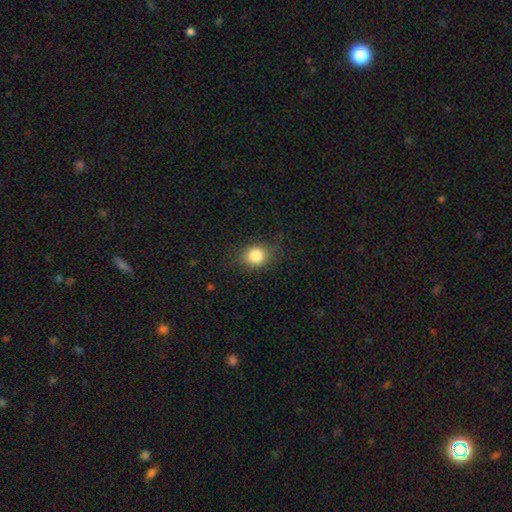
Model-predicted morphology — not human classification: The model was most divided on "how rounded": round: 68%, in between: 31%, cigar-shaped: 1%. More confident: smooth or featured — smooth (82%); merging — none (78%).